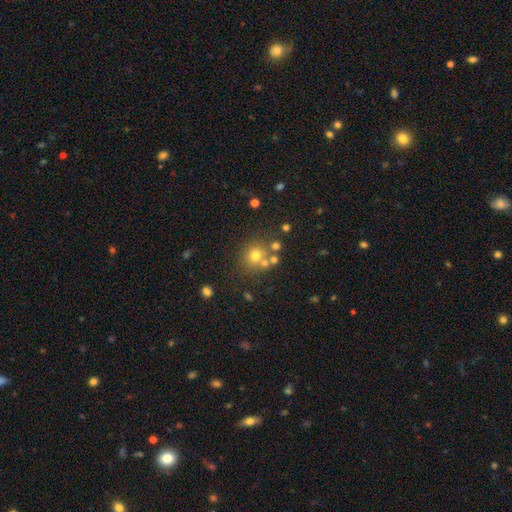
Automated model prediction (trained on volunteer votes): Overall: smooth (68%). How rounded: round (84%). Merging: none (64%).